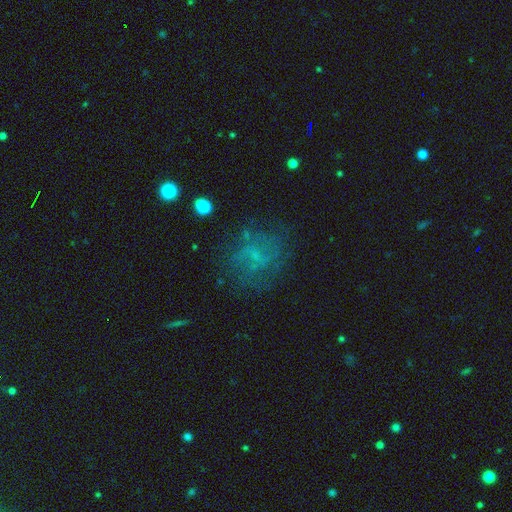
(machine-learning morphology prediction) Smooth or featured?
  - featured or disk: 39% *
  - smooth: 38%
  - star or artifact: 23%
Merging?
  - none: 64% *
  - minor disturbance: 17%
  - major disturbance: 17%
  - merger: 3%